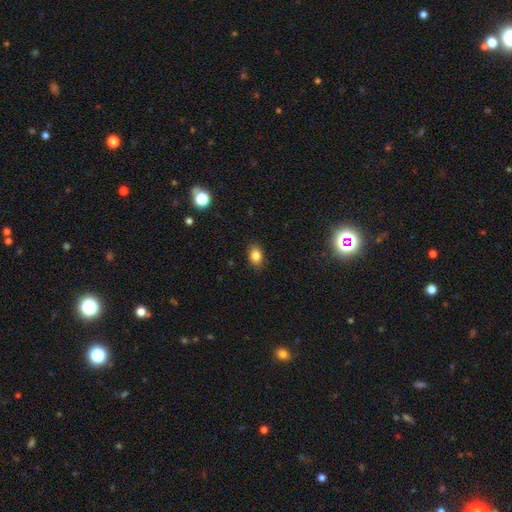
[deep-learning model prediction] Smooth or featured? Predicted: smooth (p=0.83). How rounded? Predicted: in between (p=0.75). Merging? Predicted: none (p=0.87).